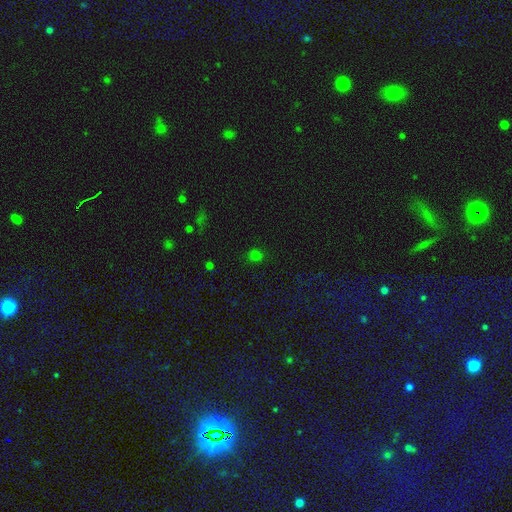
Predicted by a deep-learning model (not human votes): smooth-or-featured: smooth: 70% | star or artifact: 26% | featured or disk: 4%
  how-rounded: round: 78% | in between: 20% | cigar-shaped: 1%
  merging: none: 84% | minor disturbance: 10% | major disturbance: 3% | merger: 2%